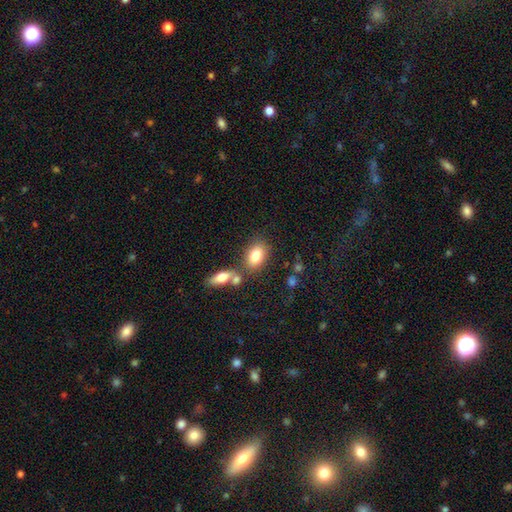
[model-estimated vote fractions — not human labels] smooth-or-featured: smooth: 81% | featured or disk: 11% | star or artifact: 8%
  how-rounded: in between: 84% | round: 14% | cigar-shaped: 2%
  merging: none: 65% | merger: 20% | minor disturbance: 11% | major disturbance: 4%